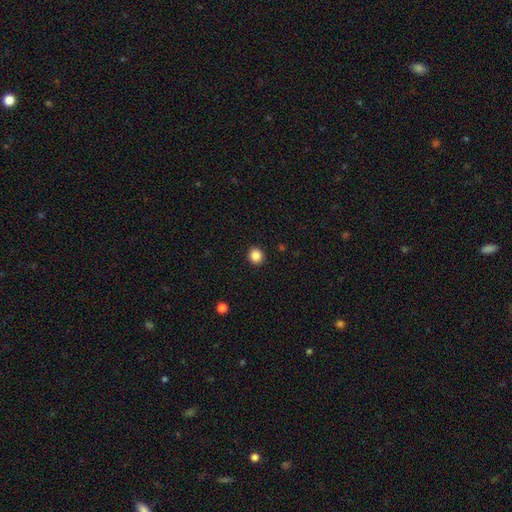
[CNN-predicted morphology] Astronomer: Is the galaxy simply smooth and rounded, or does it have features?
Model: smooth — 86%.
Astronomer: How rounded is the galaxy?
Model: round — 87%.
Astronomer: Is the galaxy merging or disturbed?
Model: none — 92%.